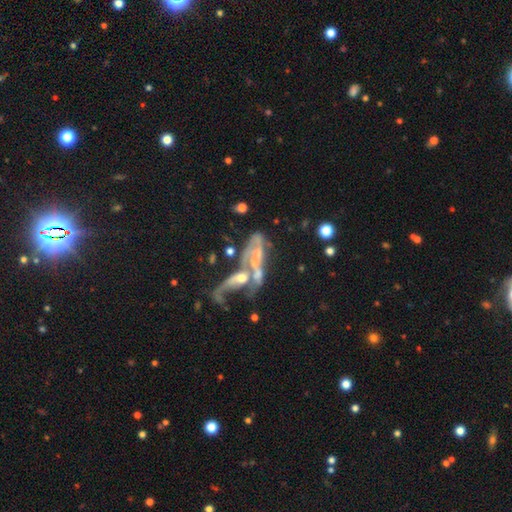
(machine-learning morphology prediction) A featured or disk galaxy (67%) with no bar (69%), spiral arms (53%) and a small central bulge (37%).

Vote fractions:
- Smooth or featured? featured or disk: 67% / smooth: 22% / star or artifact: 11%
- Edge-on disk? no: 88% / yes: 12%
- Bar? no: 69% / weak: 21% / strong: 10%
- Spiral arms? yes: 53% / no: 47%
- Bulge size? small: 37% / none: 31% / moderate: 27% / large: 4% / dominant: 2%
- Merging? merger: 64% / major disturbance: 19% / none: 11% / minor disturbance: 7%